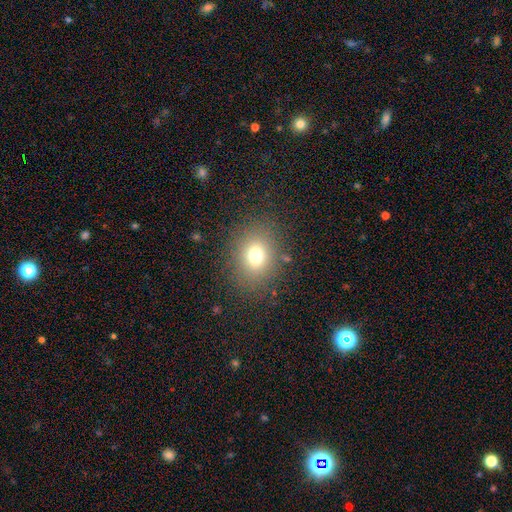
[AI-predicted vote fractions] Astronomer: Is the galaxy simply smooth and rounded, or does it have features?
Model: smooth — 72%.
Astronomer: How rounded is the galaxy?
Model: round — 56% (runner-up: in between, 43%).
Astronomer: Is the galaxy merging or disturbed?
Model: none — 83%.